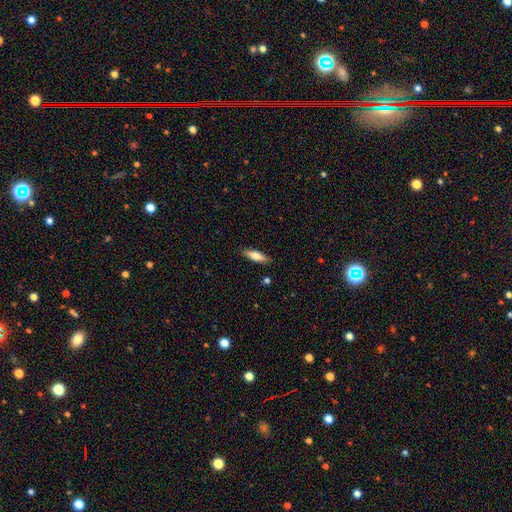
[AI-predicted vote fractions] The model was most divided on "how rounded": cigar-shaped: 59%, in between: 39%, round: 2%. More confident: merging — none (85%); smooth or featured — smooth (68%).